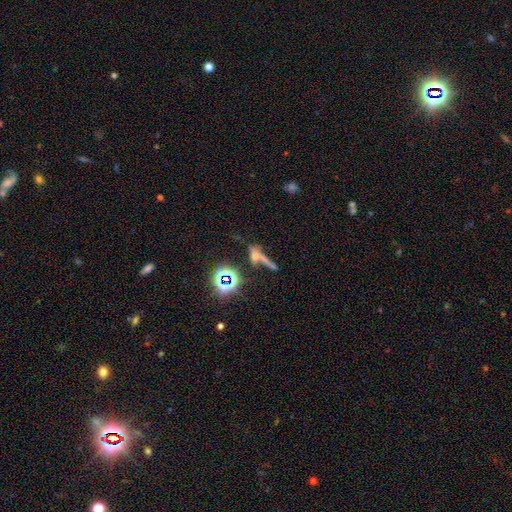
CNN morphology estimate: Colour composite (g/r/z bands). It shows a star or artifact, not a galaxy (45%).